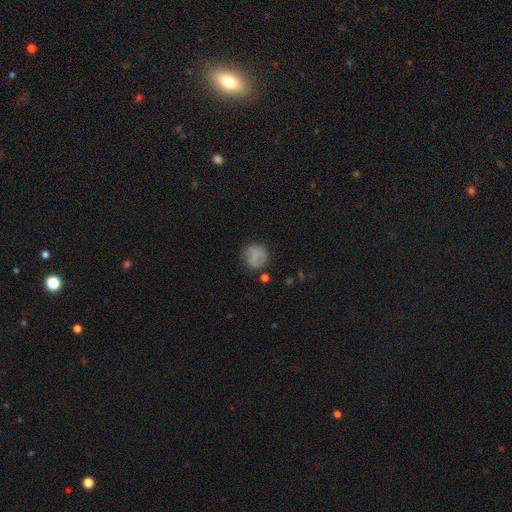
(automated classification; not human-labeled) This is likely a smooth galaxy (72%). How rounded: clearly round (88%). Merging: likely none (71%).